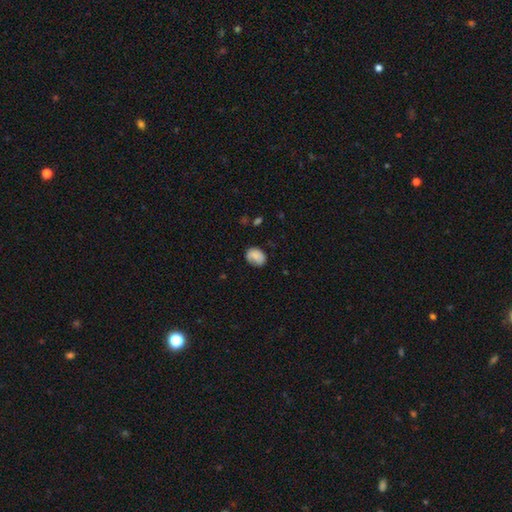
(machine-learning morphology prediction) Smooth or featured? Predicted: smooth (p=0.76). How rounded? Predicted: in between (p=0.64). Merging? Predicted: none (p=0.64).